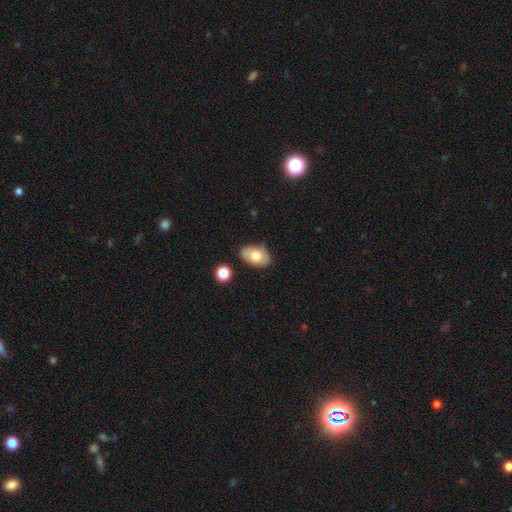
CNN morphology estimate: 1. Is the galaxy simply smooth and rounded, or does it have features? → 75% smooth, 18% featured or disk, 8% star or artifact.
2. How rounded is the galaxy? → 89% in between, 10% round, 1% cigar-shaped.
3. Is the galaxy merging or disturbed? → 70% none, 21% minor disturbance, 5% merger, 4% major disturbance.